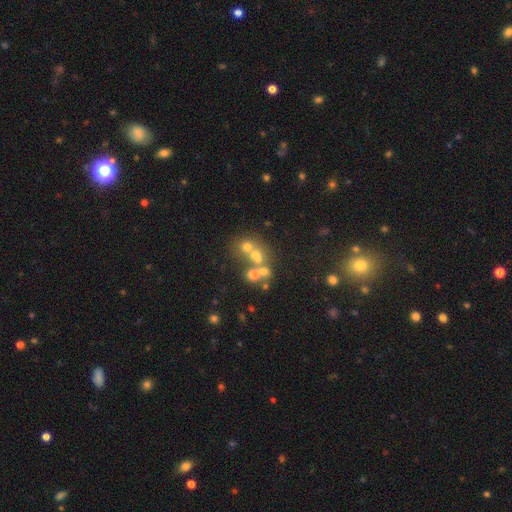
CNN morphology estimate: Smooth or featured? Predicted: smooth (p=0.45). Merging? Predicted: merger (p=0.48).